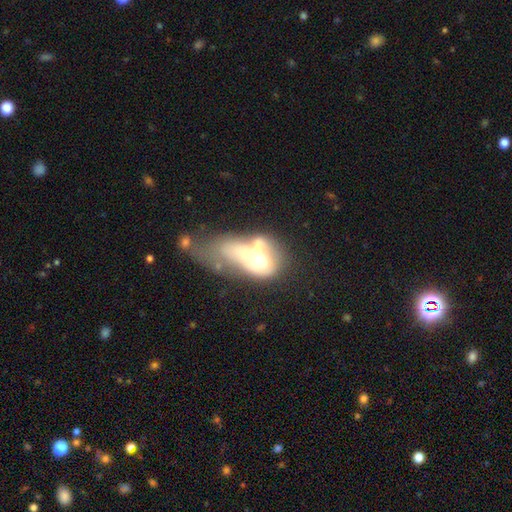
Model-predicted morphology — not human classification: smooth-or-featured: featured or disk: 48% | smooth: 42% | star or artifact: 10%
  merging: merger: 60% | major disturbance: 25% | none: 8% | minor disturbance: 7%